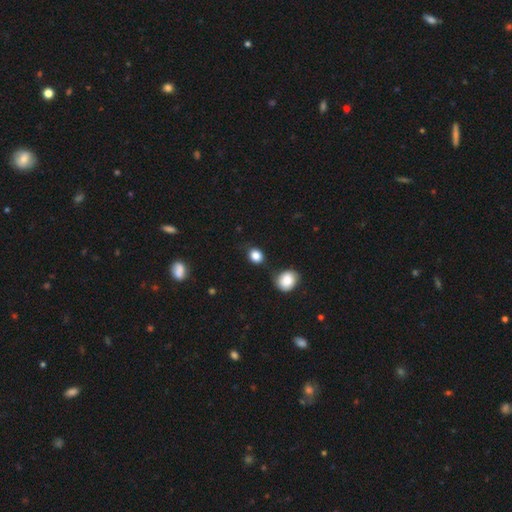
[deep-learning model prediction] The model was most divided on "how rounded": round: 61%, in between: 38%, cigar-shaped: 1%. More confident: smooth or featured — smooth (84%); merging — none (76%).